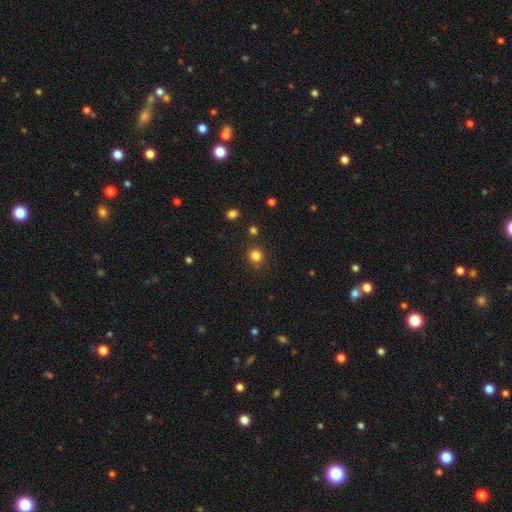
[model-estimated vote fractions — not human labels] A smooth galaxy with no disk features (82%) that is round (89%). Merging: none (82%).